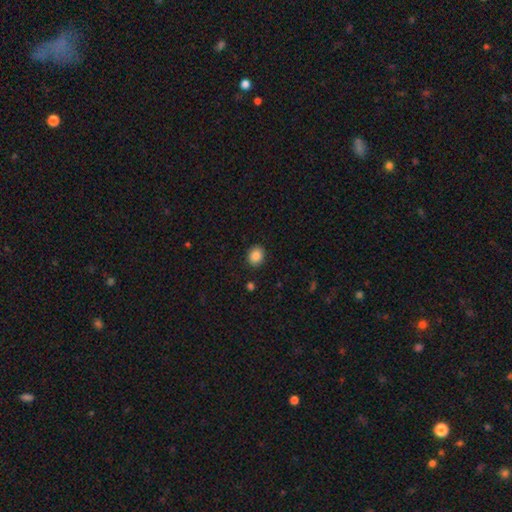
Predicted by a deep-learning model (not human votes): The model was most divided on "how rounded": round: 60%, in between: 39%, cigar-shaped: 1%. More confident: merging — none (89%); smooth or featured — smooth (87%).